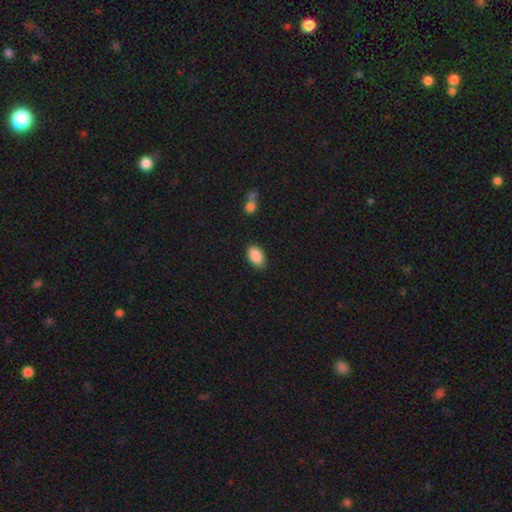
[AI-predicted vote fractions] This is clearly a smooth galaxy (89%). How rounded: clearly in between (92%). Merging: clearly none (81%).